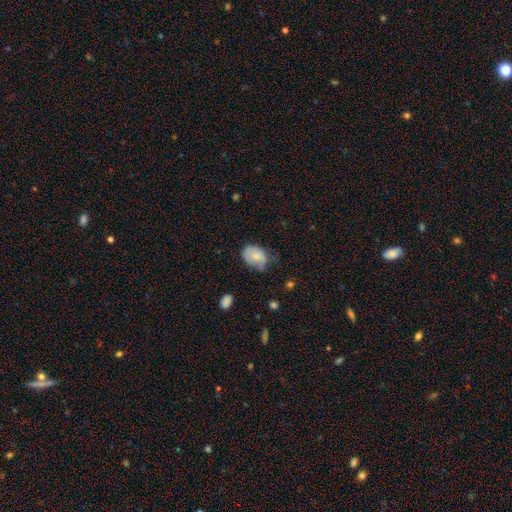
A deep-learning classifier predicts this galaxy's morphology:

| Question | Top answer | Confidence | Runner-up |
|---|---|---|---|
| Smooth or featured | smooth | 69% | featured or disk (23%) |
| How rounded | in between | 74% | round (25%) |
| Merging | none | 41% | minor disturbance (40%) |